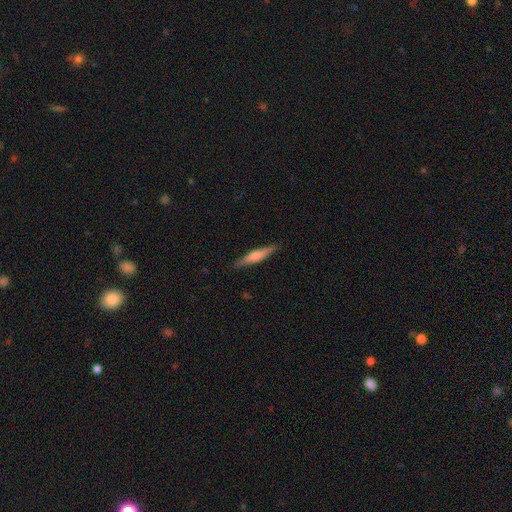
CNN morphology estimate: Smooth or featured? Predicted: smooth (p=0.51). How rounded? Predicted: cigar-shaped (p=0.89). Merging? Predicted: none (p=0.89).